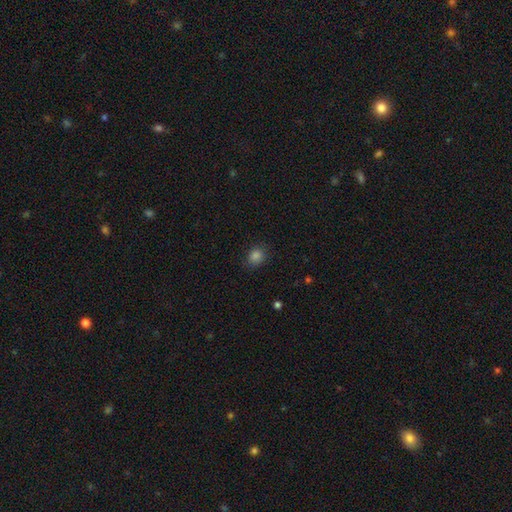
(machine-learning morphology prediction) This is clearly a smooth galaxy (83%). How rounded: likely round (63%). Merging: clearly none (84%).